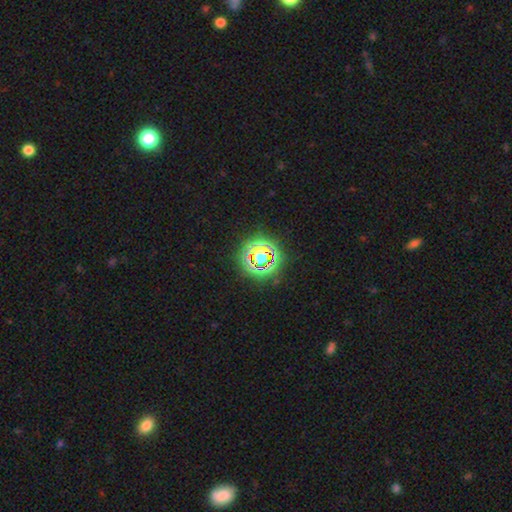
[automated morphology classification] smooth-or-featured: star or artifact: 59% | smooth: 29% | featured or disk: 12%